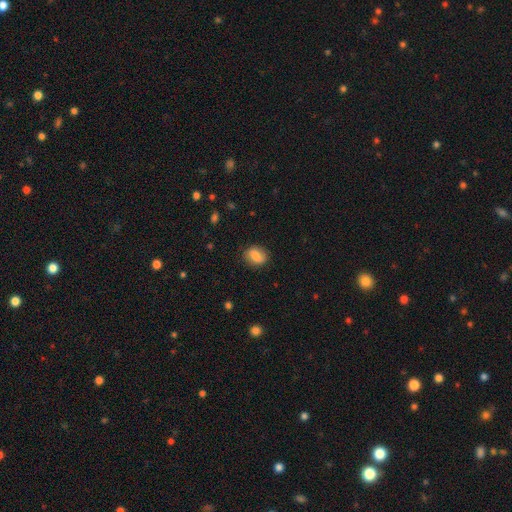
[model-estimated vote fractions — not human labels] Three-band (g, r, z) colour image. It shows a smooth galaxy with no disk features (75%) that is in between round and cigar-shaped (59%). Merging: none (82%).